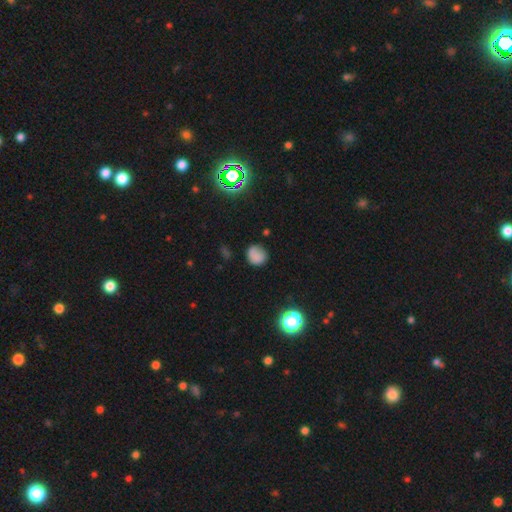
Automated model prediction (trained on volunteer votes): Morphology: type=smooth (77%); roundness=round (84%); merging=none (72%).